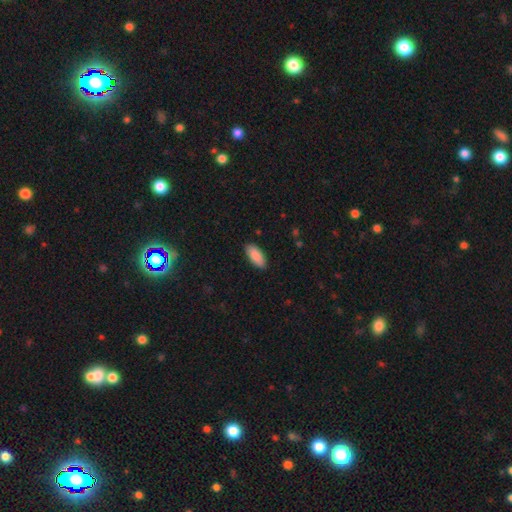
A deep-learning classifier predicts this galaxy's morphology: Smooth or featured? smooth (89%)
How rounded? in between (87%)
Merging? none (89%)